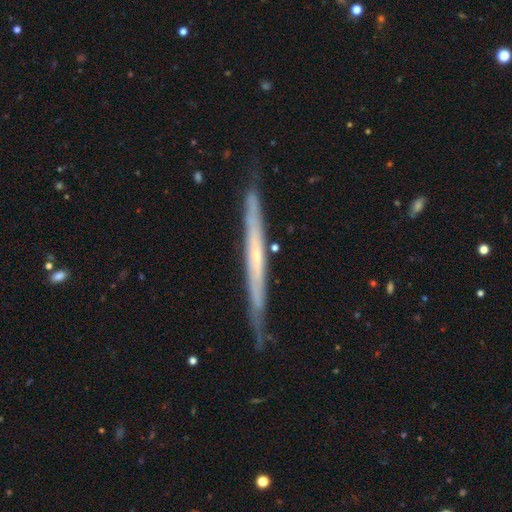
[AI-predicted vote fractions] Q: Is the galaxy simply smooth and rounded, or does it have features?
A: featured or disk — 71%.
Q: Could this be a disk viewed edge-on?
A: yes — 92%.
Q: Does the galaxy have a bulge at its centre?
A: none — 69%.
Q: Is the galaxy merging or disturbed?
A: none — 78%.